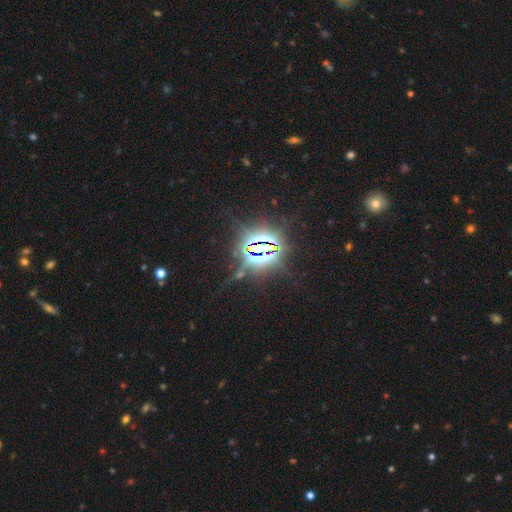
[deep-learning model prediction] Morphology: type=star or artifact (86%).